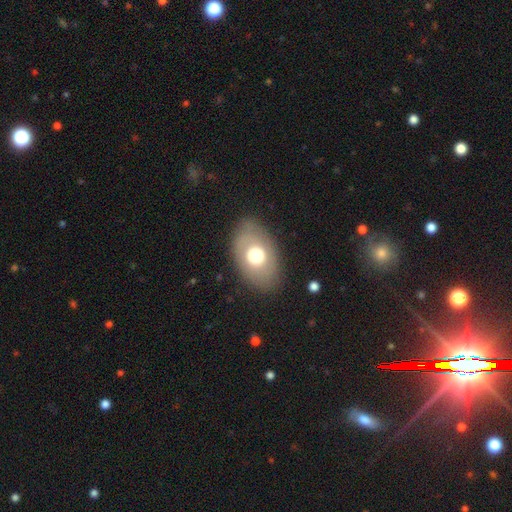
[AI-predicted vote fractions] Smooth or featured?
  - smooth: 64% *
  - featured or disk: 28%
  - star or artifact: 8%
How rounded?
  - in between: 85% *
  - round: 14%
  - cigar-shaped: 1%
Merging?
  - none: 82% *
  - minor disturbance: 12%
  - major disturbance: 5%
  - merger: 1%